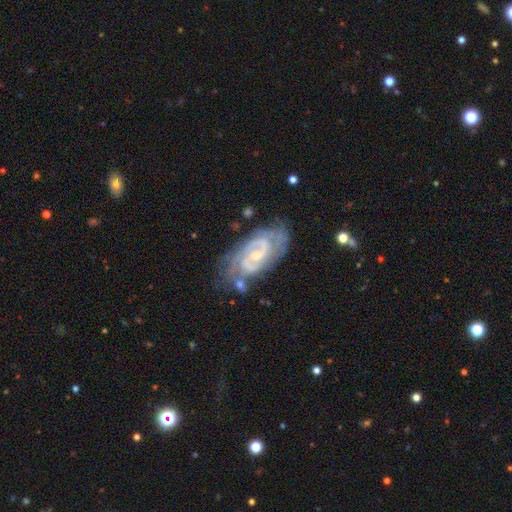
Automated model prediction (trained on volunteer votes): Q: Smooth or featured?
A: featured or disk (89%); runner-up: star or artifact (6%)
Q: Edge-on disk?
A: no (96%); runner-up: yes (4%)
Q: Bar?
A: weak (48%); runner-up: no (37%)
Q: Spiral arms?
A: yes (98%); runner-up: no (2%)
Q: Spiral winding?
A: tight (58%); runner-up: medium (36%)
Q: Spiral arm count?
A: 2 (74%); runner-up: 3 (10%)
Q: Bulge size?
A: small (64%); runner-up: moderate (28%)
Q: Merging?
A: none (69%); runner-up: minor disturbance (20%)